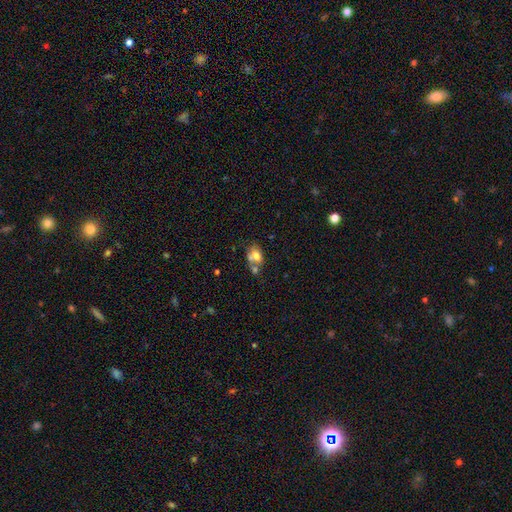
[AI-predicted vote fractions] Overall: smooth (66%). How rounded: in between (69%; round 30%). Merging: merger (48%; none 30%).